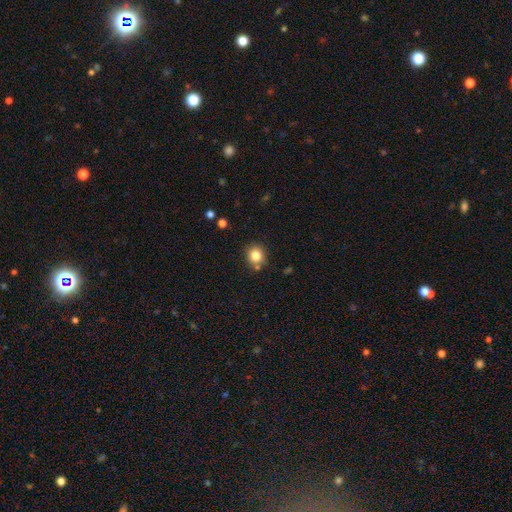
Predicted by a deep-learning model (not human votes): Q: Smooth or featured?
A: smooth (83%); runner-up: star or artifact (11%)
Q: How rounded?
A: round (86%); runner-up: in between (13%)
Q: Merging?
A: none (79%); runner-up: minor disturbance (11%)